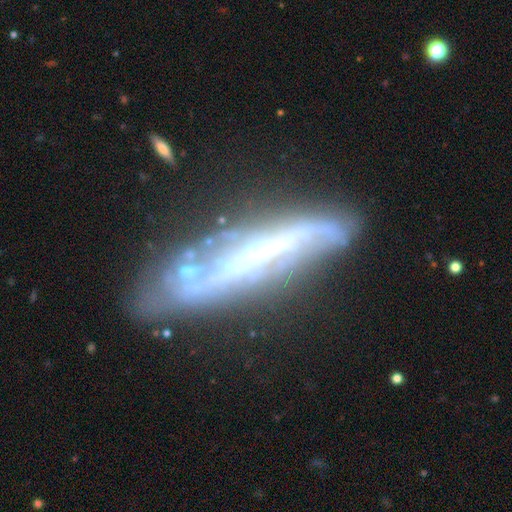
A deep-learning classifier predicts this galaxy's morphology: type=featured or disk (76%); edge-on=yes (64%); merging=none (64%).